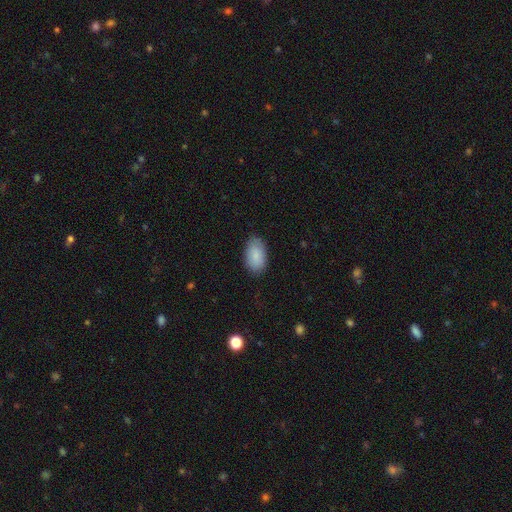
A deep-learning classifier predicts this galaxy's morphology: Overall: smooth (88%). How rounded: in between (93%). Merging: none (82%).